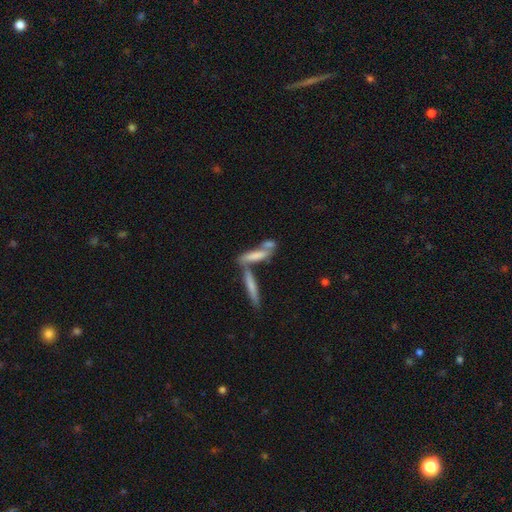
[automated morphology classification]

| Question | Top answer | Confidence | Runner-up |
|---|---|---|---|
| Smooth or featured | smooth | 62% | featured or disk (29%) |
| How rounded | cigar-shaped | 71% | in between (26%) |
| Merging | merger | 44% | none (40%) |